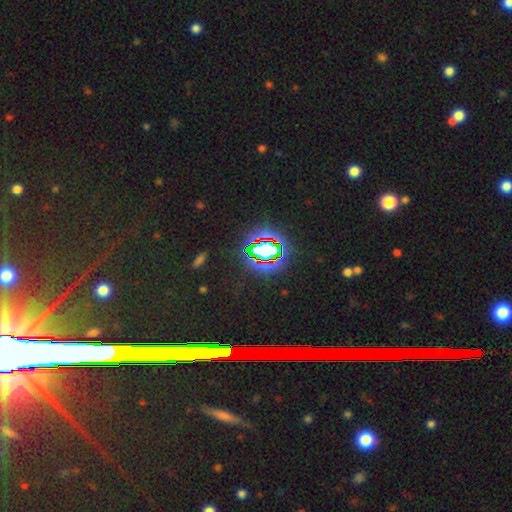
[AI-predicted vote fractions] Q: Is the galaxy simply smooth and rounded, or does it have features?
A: star or artifact — 80%.